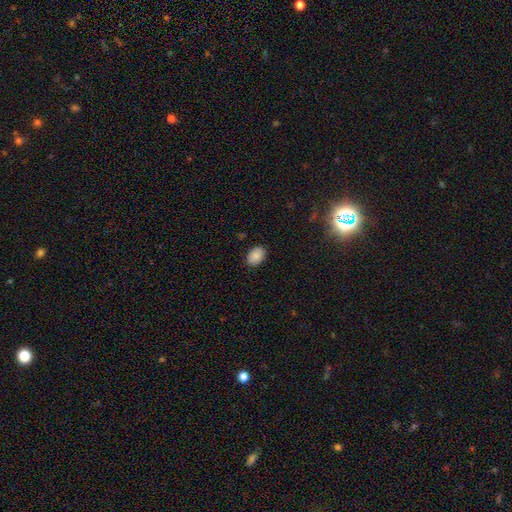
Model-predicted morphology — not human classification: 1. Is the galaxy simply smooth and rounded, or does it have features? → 88% smooth, 8% star or artifact, 5% featured or disk.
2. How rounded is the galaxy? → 82% in between, 17% round, 1% cigar-shaped.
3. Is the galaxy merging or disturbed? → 87% none, 10% minor disturbance, 2% major disturbance, 1% merger.